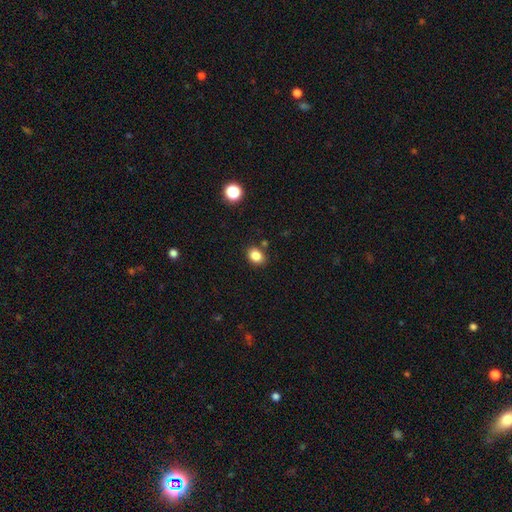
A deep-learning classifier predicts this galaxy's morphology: Smooth or featured?
  - smooth: 84% *
  - star or artifact: 11%
  - featured or disk: 6%
How rounded?
  - in between: 55% *
  - round: 44%
  - cigar-shaped: 1%
Merging?
  - none: 82% *
  - minor disturbance: 11%
  - merger: 4%
  - major disturbance: 3%